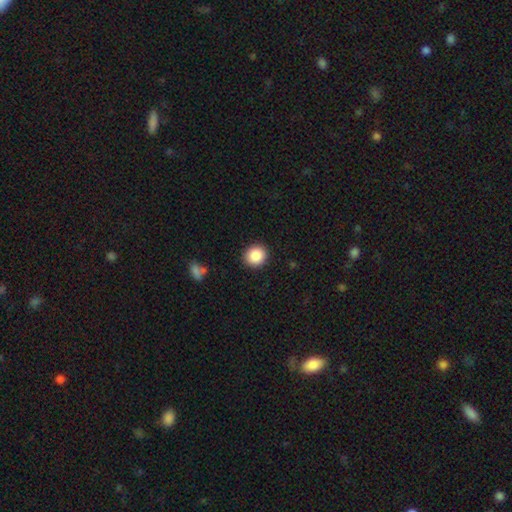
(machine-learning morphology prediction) A smooth galaxy with no disk features (88%) that is round (85%). Merging: none (91%).